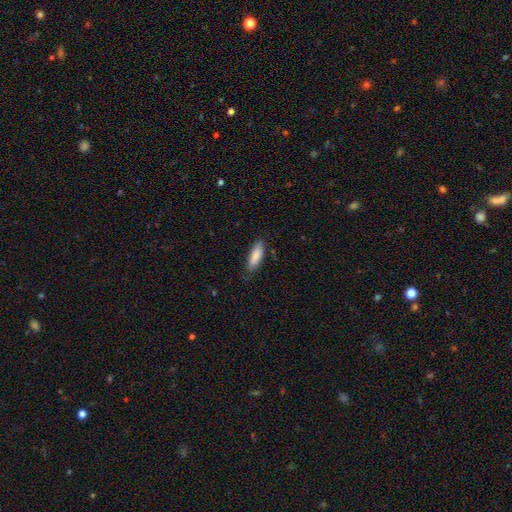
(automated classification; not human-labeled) This appears to be a smooth galaxy with no disk features (86%) that is in between round and cigar-shaped (54%). Merging: none (78%).